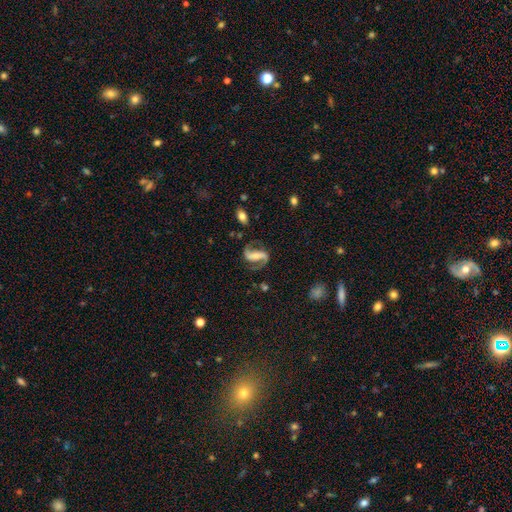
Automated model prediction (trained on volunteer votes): smooth-or-featured: featured or disk: 88% | smooth: 6% | star or artifact: 6%
  disk-edge-on: no: 97% | yes: 3%
    bar: strong: 52% | weak: 28% | no: 20%
    has-spiral-arms: yes: 97% | no: 3%
      spiral-winding: medium: 48% | loose: 39% | tight: 13%
      spiral-arm-count: 2: 93% | 1: 3% | can't tell: 2% | 3: 1% | 4: 1% | more than 4: 1%
    bulge-size: small: 39% | none: 25% | moderate: 25% | large: 8% | dominant: 2%
  merging: none: 74% | minor disturbance: 14% | major disturbance: 10% | merger: 2%